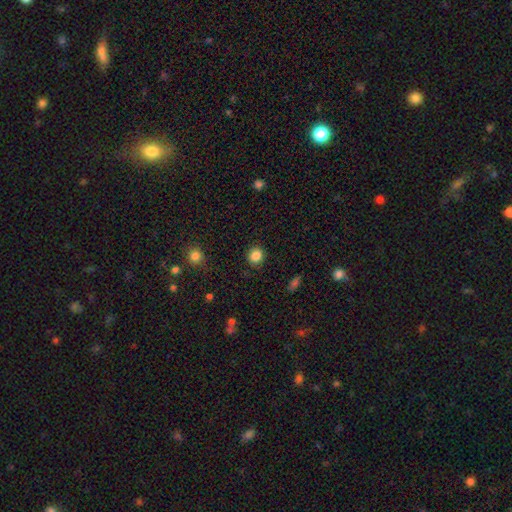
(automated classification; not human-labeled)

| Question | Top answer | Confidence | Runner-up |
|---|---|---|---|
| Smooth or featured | smooth | 86% | star or artifact (10%) |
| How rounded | round | 82% | in between (17%) |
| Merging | none | 89% | minor disturbance (7%) |